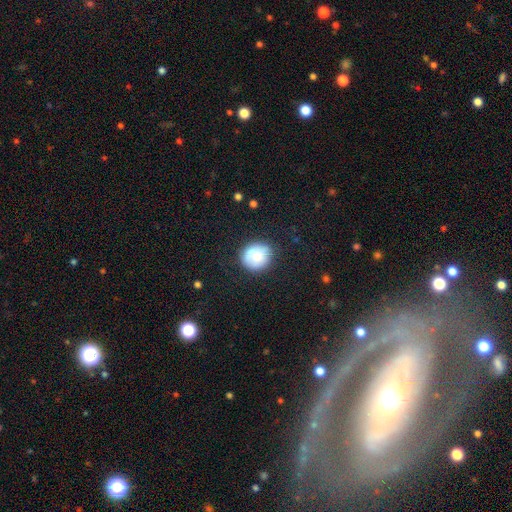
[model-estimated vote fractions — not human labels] Q: Smooth or featured?
A: smooth (72%); runner-up: featured or disk (20%)
Q: How rounded?
A: round (79%); runner-up: in between (20%)
Q: Merging?
A: none (72%); runner-up: minor disturbance (19%)